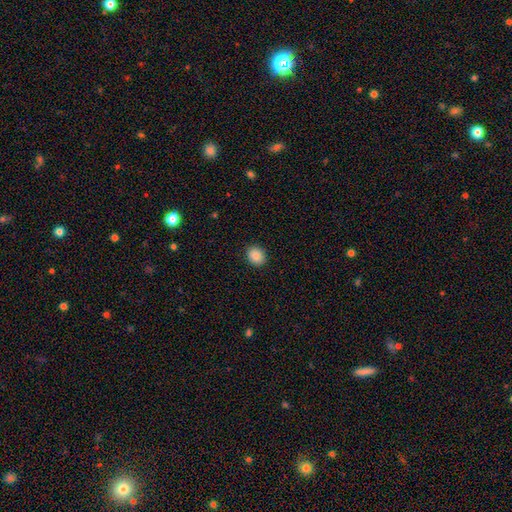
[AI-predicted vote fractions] A smooth galaxy with no disk features (87%) that is round (57%). Merging: none (90%).